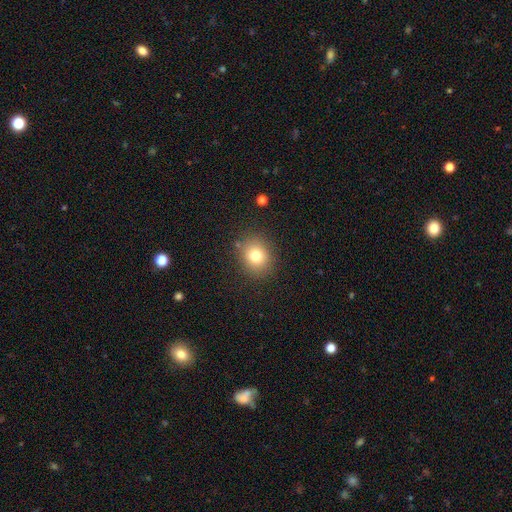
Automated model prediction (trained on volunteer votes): A smooth galaxy with no disk features (78%) that is round (75%).

Vote fractions:
- Smooth or featured? smooth: 78% / star or artifact: 13% / featured or disk: 9%
- How rounded? round: 75% / in between: 24% / cigar-shaped: 1%
- Merging? none: 86% / minor disturbance: 9% / major disturbance: 3% / merger: 2%